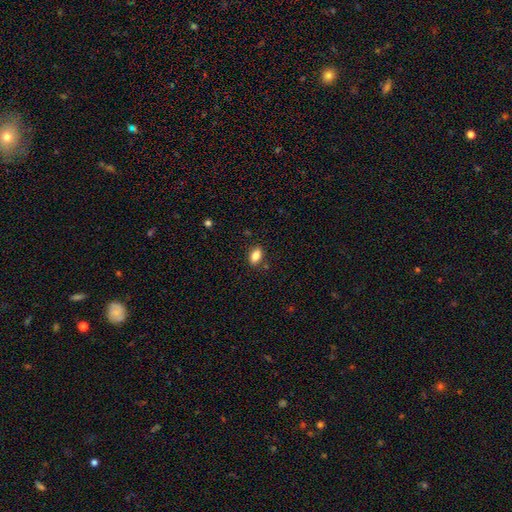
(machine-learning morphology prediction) type=smooth (82%); roundness=in between (87%); merging=none (85%).